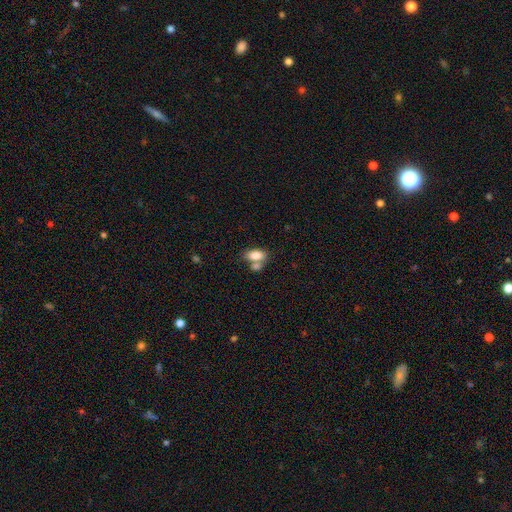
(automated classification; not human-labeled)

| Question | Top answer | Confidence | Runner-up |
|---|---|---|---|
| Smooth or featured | smooth | 82% | featured or disk (10%) |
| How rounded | in between | 90% | round (7%) |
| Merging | none | 42% | tied: merger (42%) |